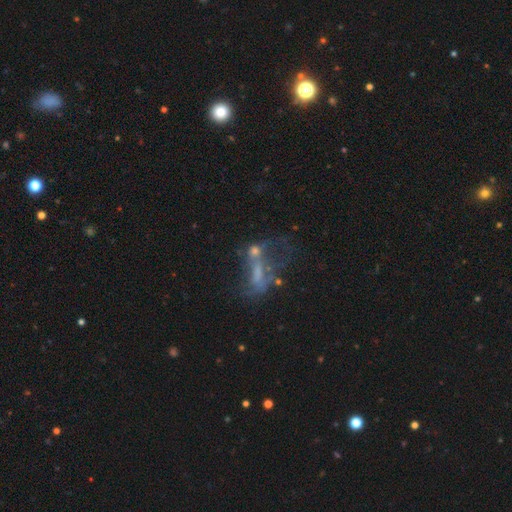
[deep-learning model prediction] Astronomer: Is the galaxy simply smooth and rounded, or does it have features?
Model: featured or disk — 54%.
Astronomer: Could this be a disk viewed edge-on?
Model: no — 93%.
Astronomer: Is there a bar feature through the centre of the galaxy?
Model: no — 69%.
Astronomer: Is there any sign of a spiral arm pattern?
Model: no — 77%.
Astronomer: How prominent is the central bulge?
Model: none — 58%.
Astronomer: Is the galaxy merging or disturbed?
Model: major disturbance — 39% (runner-up: merger, 24%).